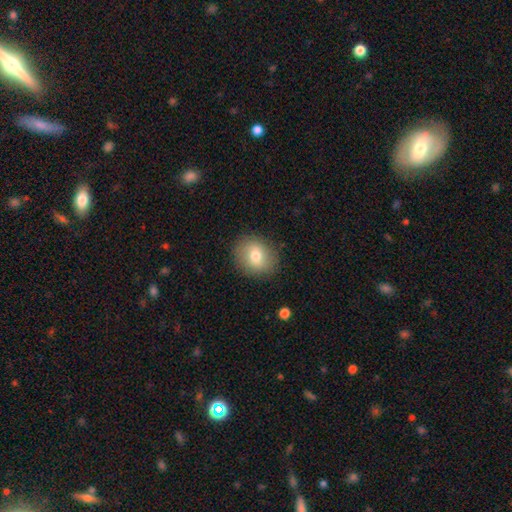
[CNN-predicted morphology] Smooth or featured? Predicted: smooth (p=0.75). How rounded? Predicted: round (p=0.66). Merging? Predicted: none (p=0.86).